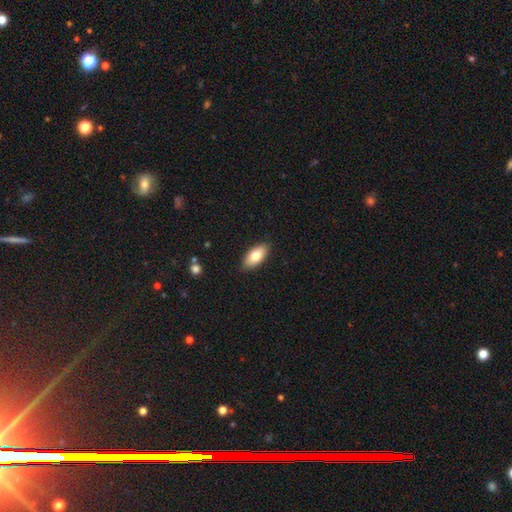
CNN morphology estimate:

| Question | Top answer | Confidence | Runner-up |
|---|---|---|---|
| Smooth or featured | smooth | 76% | featured or disk (18%) |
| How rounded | in between | 90% | cigar-shaped (8%) |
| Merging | none | 87% | minor disturbance (10%) |